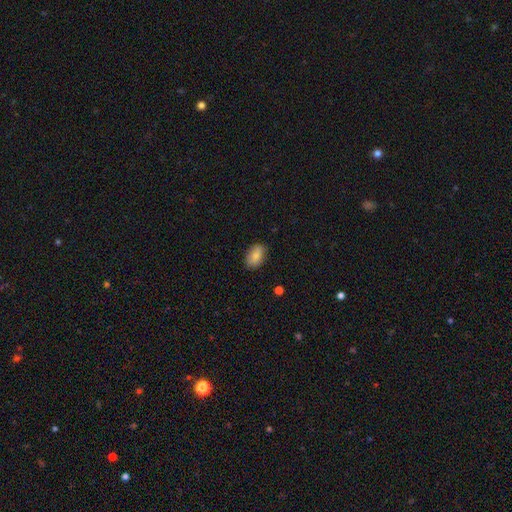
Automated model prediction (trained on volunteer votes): Morphology: type=smooth (84%); roundness=in between (87%); merging=none (81%).